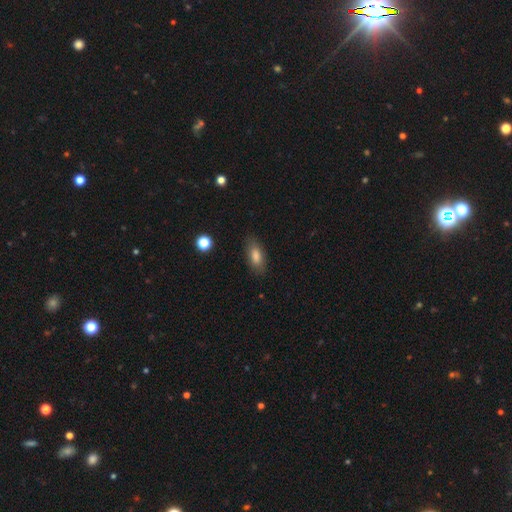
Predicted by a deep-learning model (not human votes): A smooth galaxy with no disk features (80%) that is in between round and cigar-shaped (78%). Merging: none (83%).